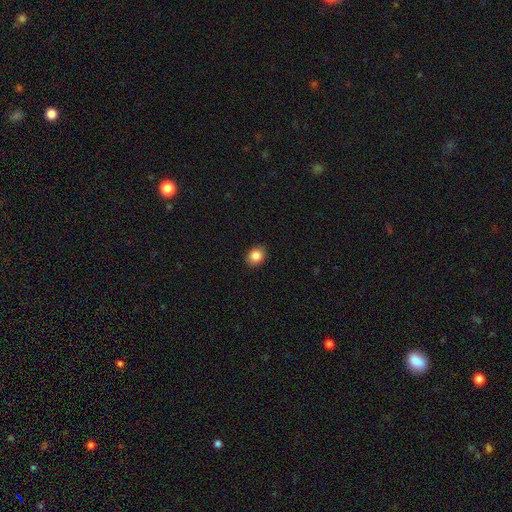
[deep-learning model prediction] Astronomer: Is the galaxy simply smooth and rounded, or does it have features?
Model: smooth — 87%.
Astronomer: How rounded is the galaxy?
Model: round — 50% (runner-up: in between, 49%).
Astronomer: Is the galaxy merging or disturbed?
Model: none — 89%.